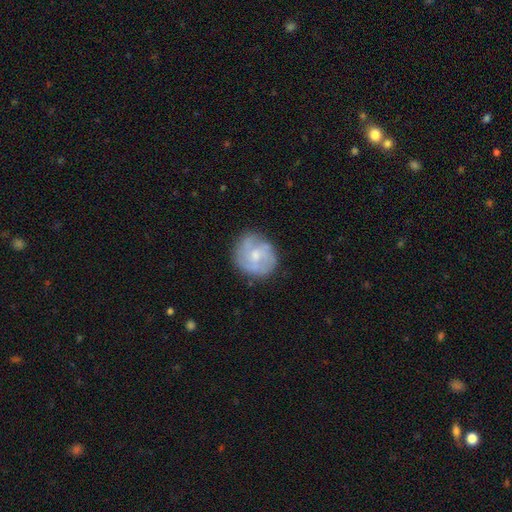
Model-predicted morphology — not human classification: This appears to be a featured or disk galaxy (58%) with no bar (70%), spiral arms (71%) and a moderate central bulge (50%). Merging: none (73%).